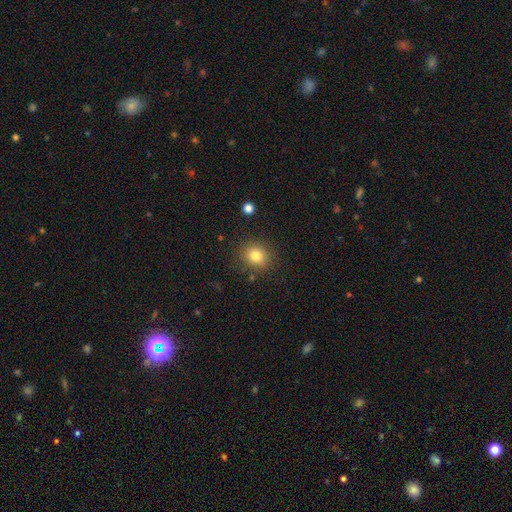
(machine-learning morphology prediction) smooth-or-featured: smooth: 81% | star or artifact: 12% | featured or disk: 7%
  how-rounded: round: 77% | in between: 22% | cigar-shaped: 1%
  merging: none: 85% | minor disturbance: 9% | major disturbance: 3% | merger: 2%